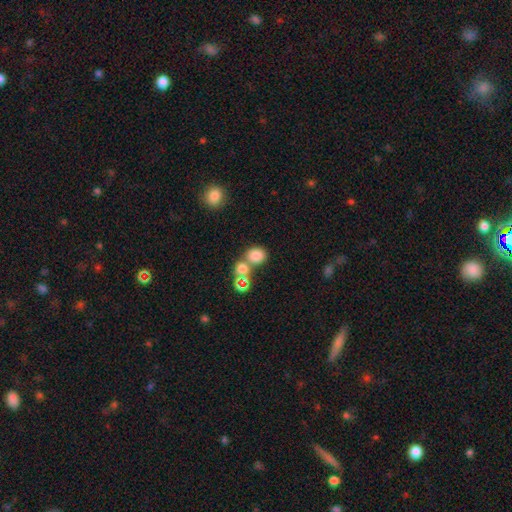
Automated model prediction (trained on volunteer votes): smooth 79%, star or artifact 14%, featured or disk 7%. Down the decision tree: how rounded — round (61%); merging — none (50%).